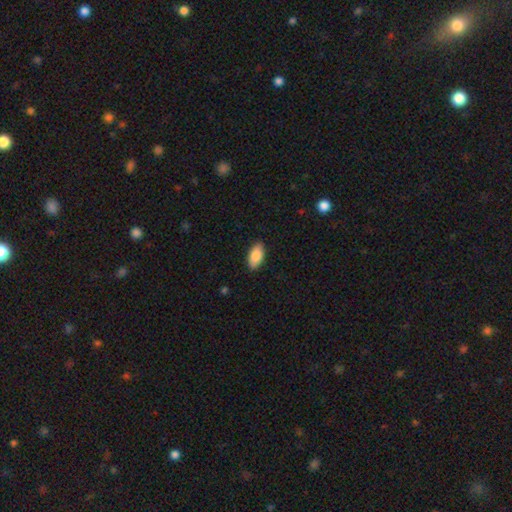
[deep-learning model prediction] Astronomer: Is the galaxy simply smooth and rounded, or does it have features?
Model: smooth — 86%.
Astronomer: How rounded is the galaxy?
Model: in between — 93%.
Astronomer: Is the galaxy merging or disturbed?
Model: none — 88%.